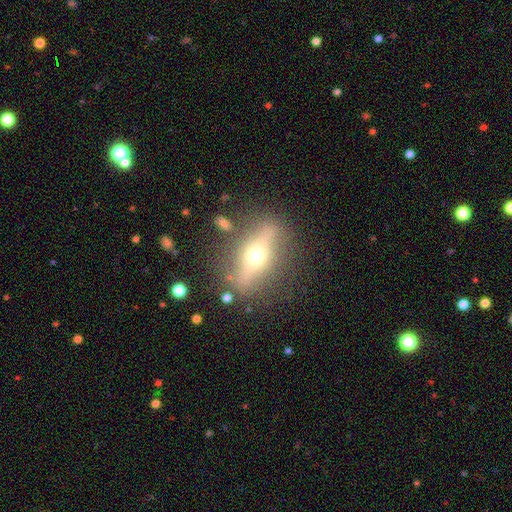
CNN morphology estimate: type=featured or disk (65%); edge-on=yes (73%); merging=none (79%).